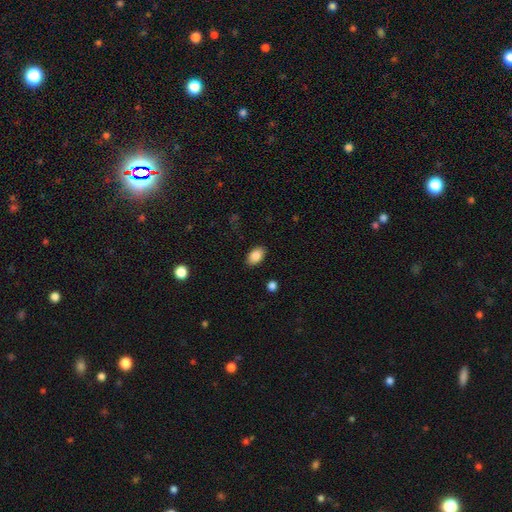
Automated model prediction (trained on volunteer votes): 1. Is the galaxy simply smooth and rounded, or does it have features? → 87% smooth, 7% star or artifact, 6% featured or disk.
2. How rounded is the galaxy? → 91% in between, 7% round, 1% cigar-shaped.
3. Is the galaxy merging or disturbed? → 88% none, 9% minor disturbance, 2% major disturbance, 1% merger.